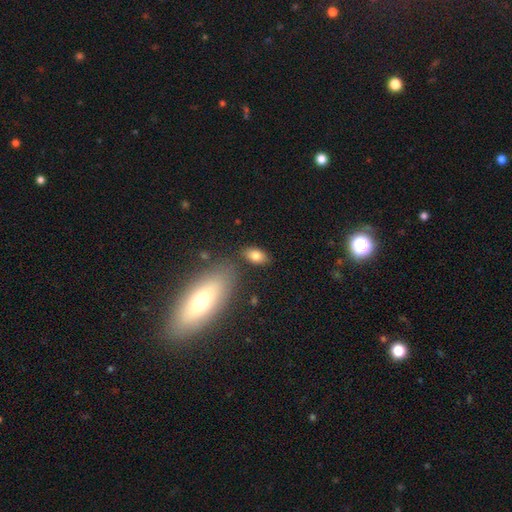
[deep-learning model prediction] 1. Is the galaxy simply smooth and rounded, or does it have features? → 81% smooth, 10% featured or disk, 9% star or artifact.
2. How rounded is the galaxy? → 90% in between, 7% round, 3% cigar-shaped.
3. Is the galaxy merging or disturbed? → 79% none, 12% minor disturbance, 5% merger, 4% major disturbance.